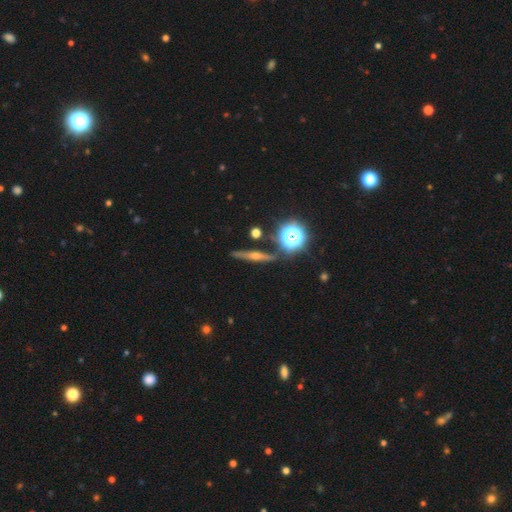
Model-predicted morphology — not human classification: Smooth or featured?
  - featured or disk: 68% *
  - smooth: 18%
  - star or artifact: 15%
Edge-on disk?
  - yes: 94% *
  - no: 6%
Edge-on bulge?
  - rounded: 91% *
  - none: 5%
  - boxy: 3%
Merging?
  - none: 87% *
  - minor disturbance: 8%
  - merger: 3%
  - major disturbance: 2%